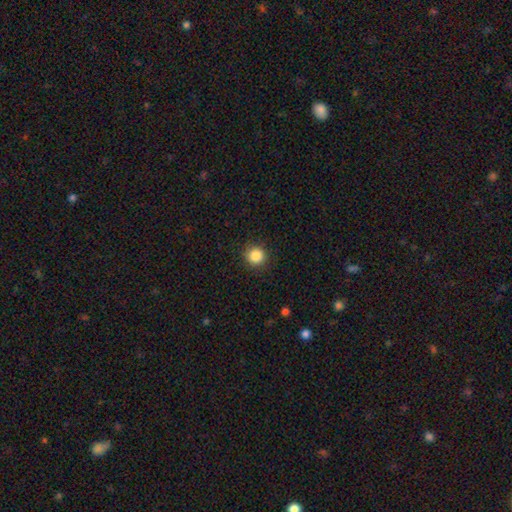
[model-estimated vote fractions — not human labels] A smooth galaxy with no disk features (86%) that is round (94%).

Vote fractions:
- Smooth or featured? smooth: 86% / star or artifact: 10% / featured or disk: 4%
- How rounded? round: 94% / in between: 5% / cigar-shaped: 1%
- Merging? none: 91% / minor disturbance: 6% / major disturbance: 2% / merger: 1%